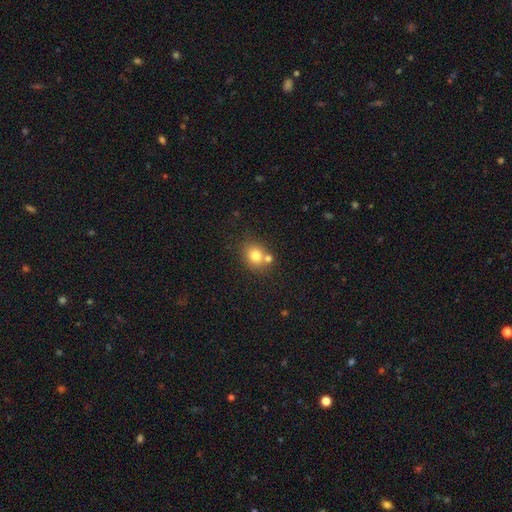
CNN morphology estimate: Smooth or featured: smooth — 78% (star or artifact — 11%)
How rounded: round — 67% (in between — 32%)
Merging: none — 58% (merger — 27%)